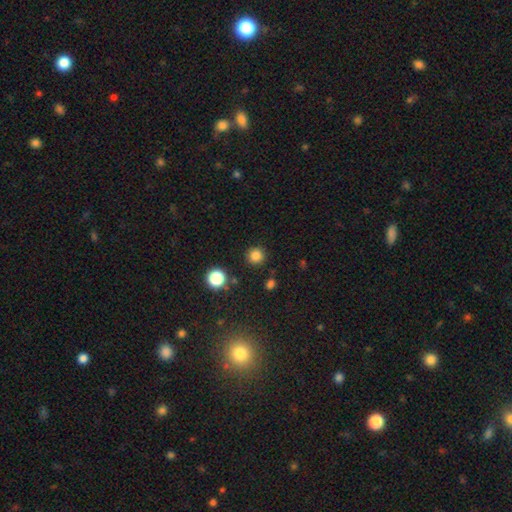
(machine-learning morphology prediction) This appears to be a smooth galaxy with no disk features (82%) that is round (95%). Merging: none (89%).